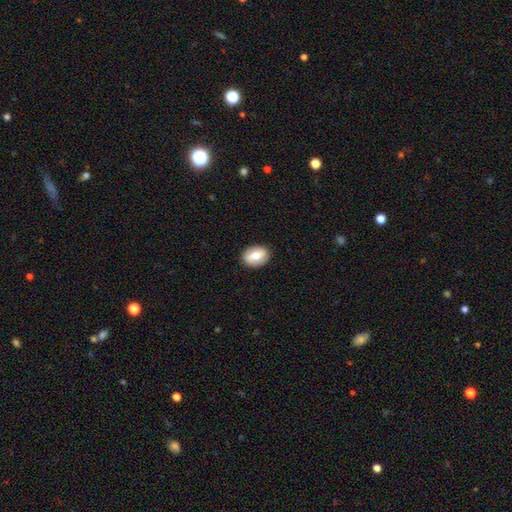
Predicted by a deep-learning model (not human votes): Smooth or featured? Predicted: smooth (p=0.56). How rounded? Predicted: in between (p=0.69). Merging? Predicted: none (p=0.88).